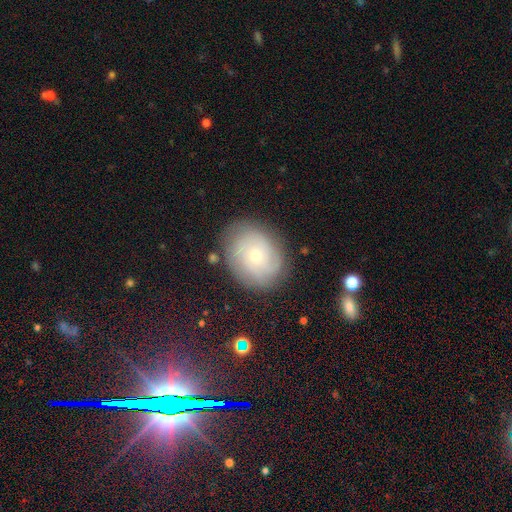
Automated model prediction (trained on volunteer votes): This is possibly a featured or disk galaxy (56%). It is clearly not viewed edge-on (96%). Bar: clearly no (83%). Spiral arm pattern: likely yes (79%). Central bulge: likely small (65%). Merging: likely none (79%).